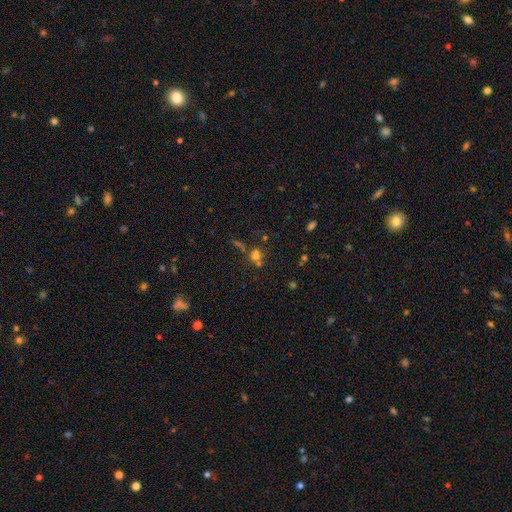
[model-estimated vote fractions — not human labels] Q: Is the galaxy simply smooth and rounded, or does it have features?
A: smooth — 59%.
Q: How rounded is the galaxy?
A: round — 78%.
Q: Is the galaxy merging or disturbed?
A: none — 47%.